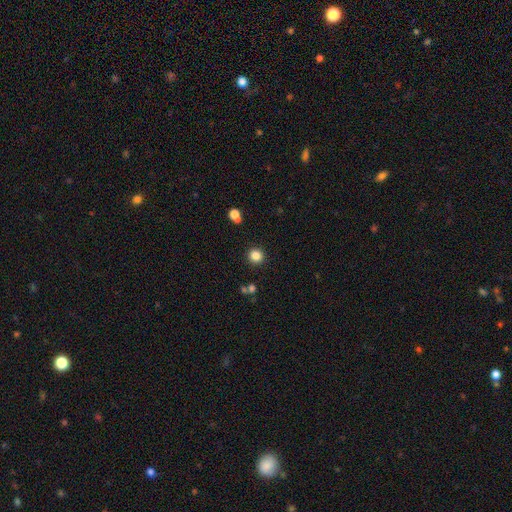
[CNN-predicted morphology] A smooth galaxy with no disk features (84%) that is round (92%). Merging: none (90%).